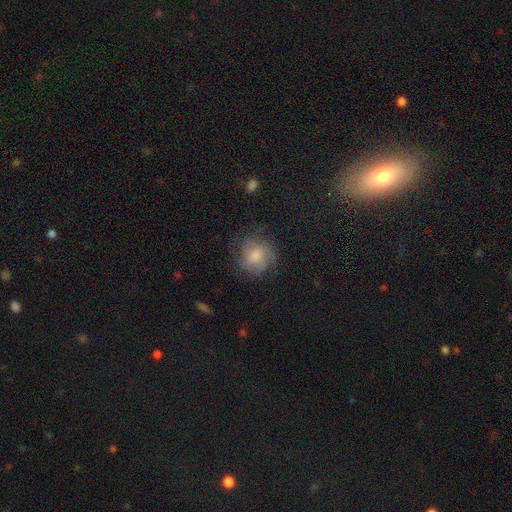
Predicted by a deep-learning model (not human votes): Morphology: type=smooth (66%); roundness=round (85%); merging=none (65%).